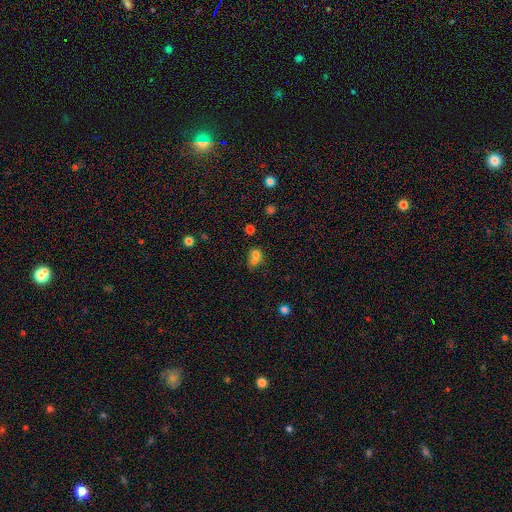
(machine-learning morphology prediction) smooth_or_featured: smooth (p=0.72) [alt: star or artifact p=0.15]
how_rounded: round (p=0.59) [alt: in between p=0.40]
merging: merger (p=0.49) [alt: none p=0.30]